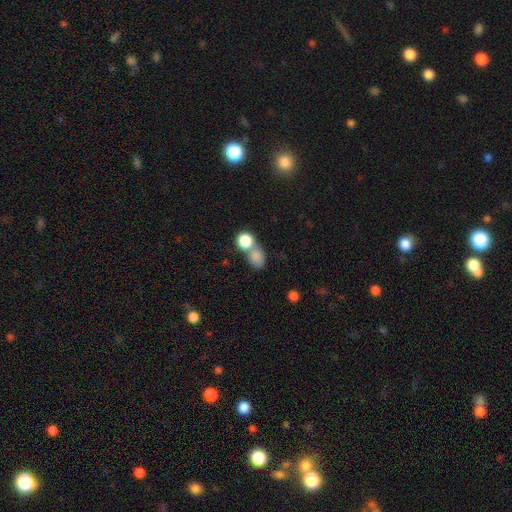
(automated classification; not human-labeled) smooth 81%, star or artifact 10%, featured or disk 9%. Down the decision tree: how rounded — in between (50%); merging — merger (53%).